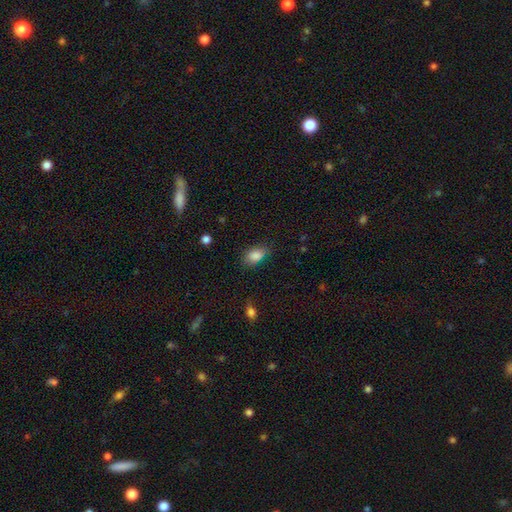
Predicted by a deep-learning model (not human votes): This appears to be a smooth galaxy with no disk features (86%) that is in between round and cigar-shaped (86%). Merging: none (73%).